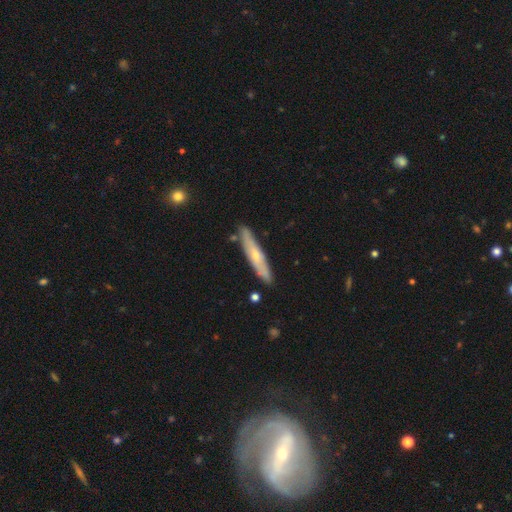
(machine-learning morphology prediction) This appears to be a featured or disk galaxy (51%) viewed edge-on (76%). Merging: none (85%).